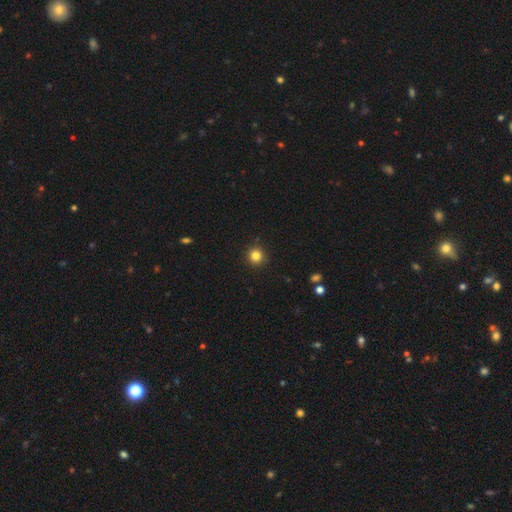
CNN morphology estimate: smooth-or-featured: smooth: 83% | star or artifact: 12% | featured or disk: 4%
  how-rounded: round: 94% | in between: 5% | cigar-shaped: 1%
  merging: none: 91% | minor disturbance: 6% | major disturbance: 2% | merger: 1%